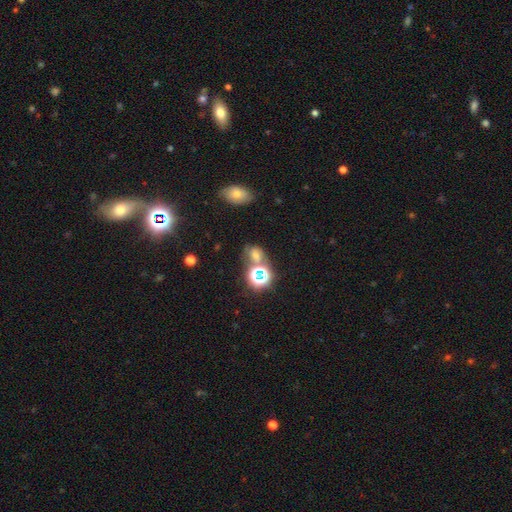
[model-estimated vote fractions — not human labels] Morphology: type=star or artifact (46%).